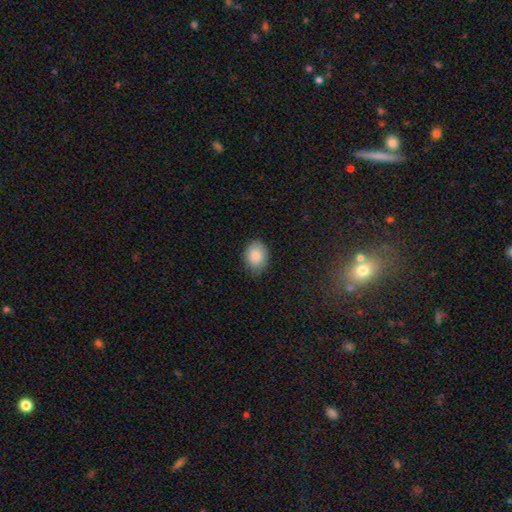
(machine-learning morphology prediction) Smooth or featured?
  - smooth: 86% *
  - star or artifact: 7%
  - featured or disk: 6%
How rounded?
  - in between: 68% *
  - round: 31%
  - cigar-shaped: 1%
Merging?
  - none: 69% *
  - minor disturbance: 26%
  - major disturbance: 4%
  - merger: 1%